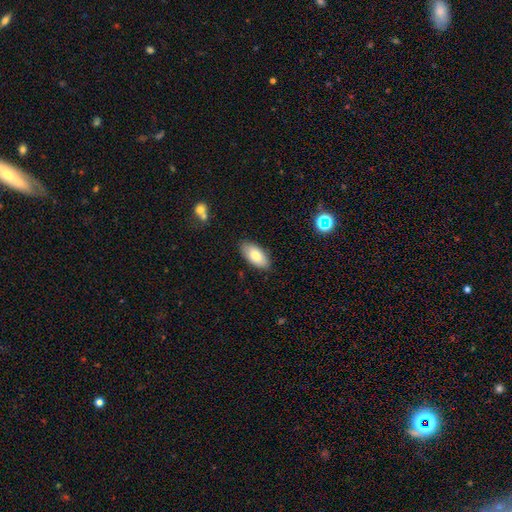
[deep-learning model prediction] Smooth or featured? smooth (79%)
How rounded? in between (93%)
Merging? none (86%)